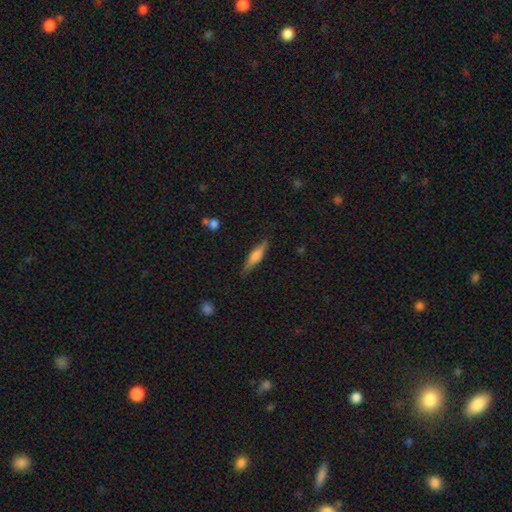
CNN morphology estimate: This appears to be a smooth galaxy with no disk features (51%) that is cigar-shaped (80%). Merging: none (85%).